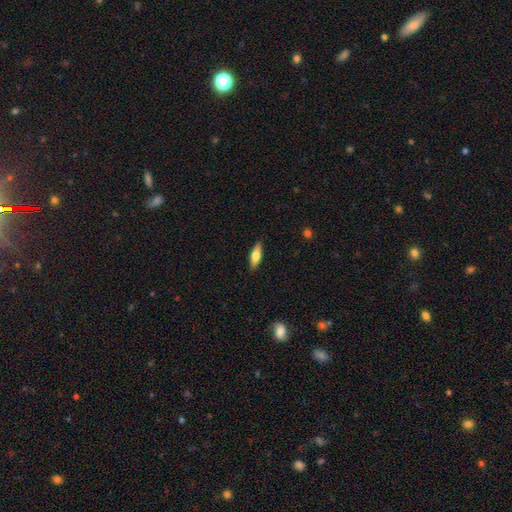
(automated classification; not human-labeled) The model was most divided on "how rounded": in between: 53%, cigar-shaped: 45%, round: 2%. More confident: merging — none (88%); smooth or featured — smooth (65%).